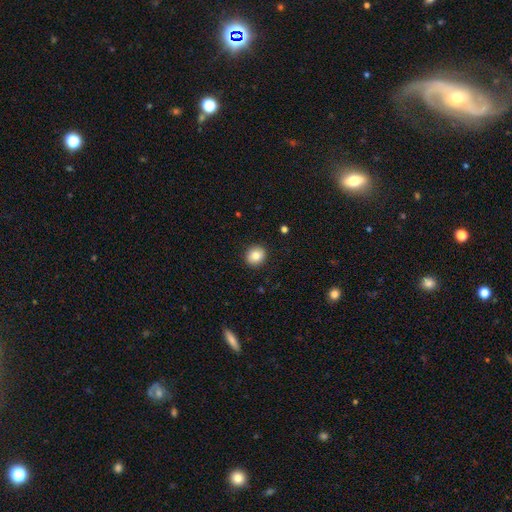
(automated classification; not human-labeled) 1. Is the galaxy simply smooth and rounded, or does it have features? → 84% smooth, 9% star or artifact, 7% featured or disk.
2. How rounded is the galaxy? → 79% round, 20% in between, 1% cigar-shaped.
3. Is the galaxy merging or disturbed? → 91% none, 6% minor disturbance, 2% major disturbance, 1% merger.